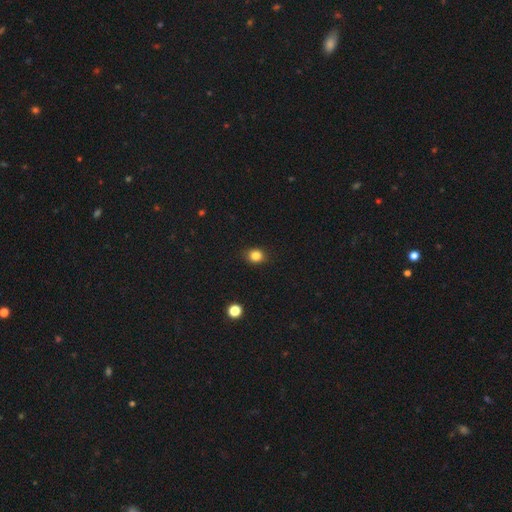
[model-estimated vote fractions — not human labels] Q: Smooth or featured?
A: smooth (83%); runner-up: star or artifact (12%)
Q: How rounded?
A: round (66%); runner-up: in between (33%)
Q: Merging?
A: none (87%); runner-up: minor disturbance (10%)